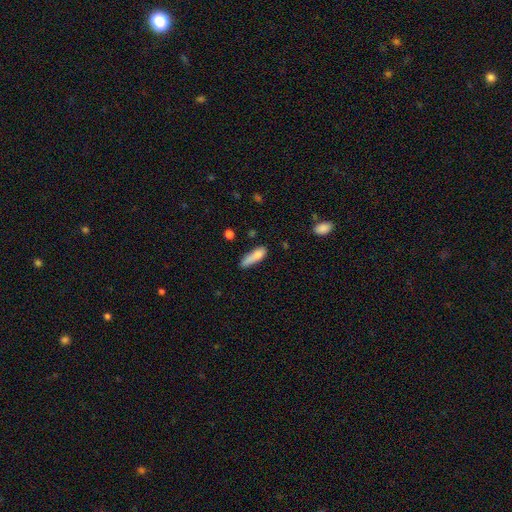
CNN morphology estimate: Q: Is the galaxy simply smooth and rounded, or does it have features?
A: smooth — 79%.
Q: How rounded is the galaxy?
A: cigar-shaped — 63%.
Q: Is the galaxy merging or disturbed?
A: none — 50%.